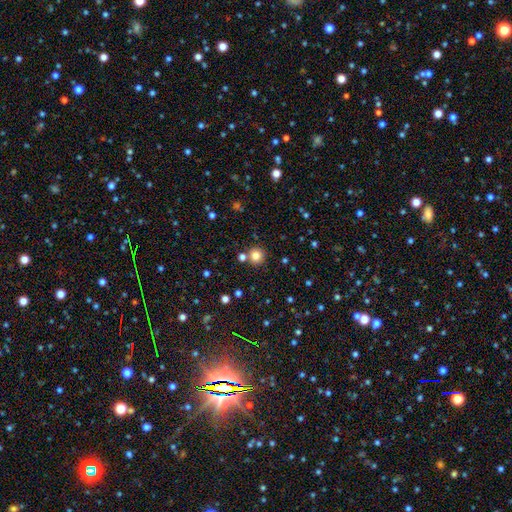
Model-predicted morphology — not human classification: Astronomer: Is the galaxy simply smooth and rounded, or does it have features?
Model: smooth — 81%.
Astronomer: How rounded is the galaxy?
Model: round — 94%.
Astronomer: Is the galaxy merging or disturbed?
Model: none — 80%.